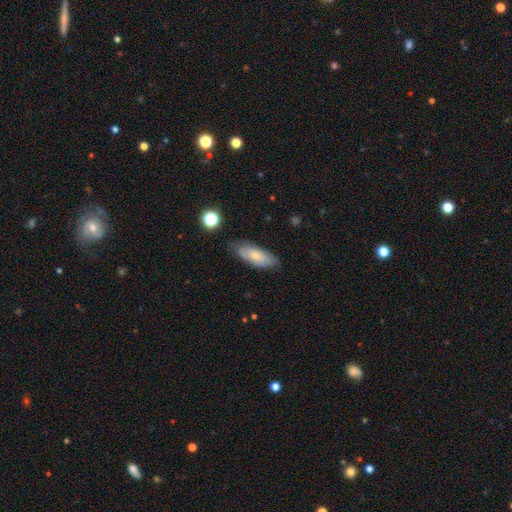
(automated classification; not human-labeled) This is likely a smooth galaxy (71%). How rounded: likely in between (76%). Merging: likely none (76%).